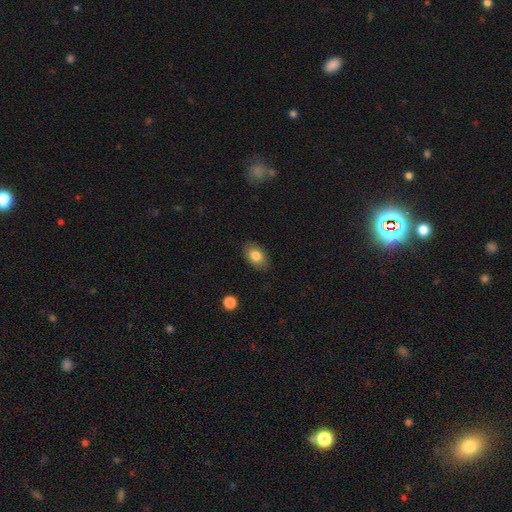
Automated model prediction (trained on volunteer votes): smooth-or-featured: smooth: 81% | featured or disk: 11% | star or artifact: 8%
  how-rounded: in between: 88% | round: 11% | cigar-shaped: 1%
  merging: none: 86% | minor disturbance: 11% | major disturbance: 2% | merger: 1%